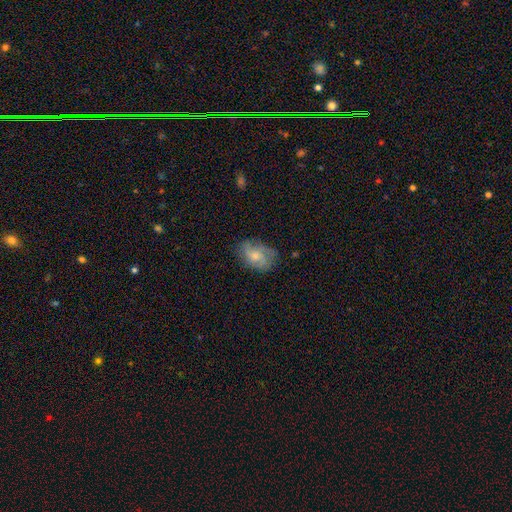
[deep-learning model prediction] This appears to be a smooth galaxy with no disk features (47%). Merging: none (63%).